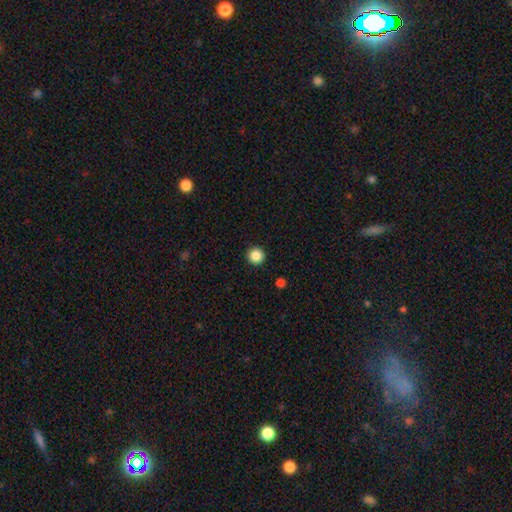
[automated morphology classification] Smooth or featured: smooth — 86% (star or artifact — 10%)
How rounded: round — 96% (in between — 3%)
Merging: none — 94% (minor disturbance — 4%)